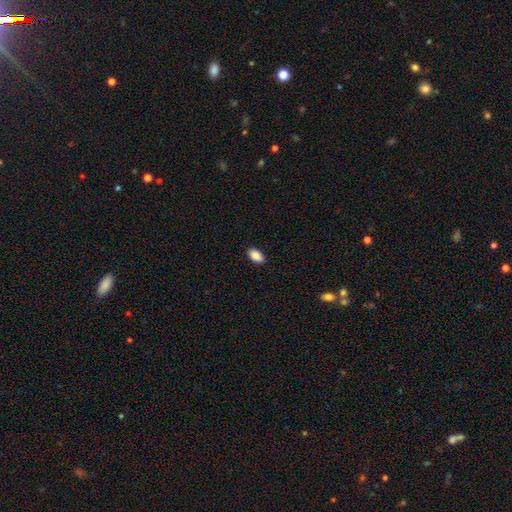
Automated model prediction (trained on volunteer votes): Smooth or featured? smooth (89%)
How rounded? in between (93%)
Merging? none (90%)